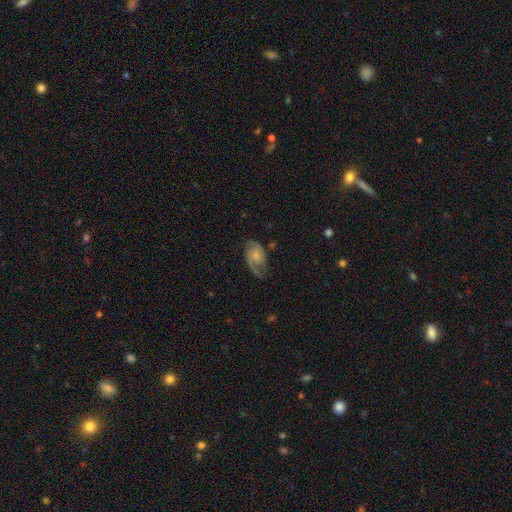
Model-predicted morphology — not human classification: smooth-or-featured: featured or disk: 67% | smooth: 26% | star or artifact: 7%
  disk-edge-on: no: 96% | yes: 4%
    bar: no: 62% | weak: 33% | strong: 5%
    has-spiral-arms: yes: 90% | no: 10%
      spiral-winding: medium: 45% | loose: 29% | tight: 25%
      spiral-arm-count: 2: 63% | 1: 24% | can't tell: 10% | 3: 2% | 4: 1% | more than 4: 1%
    bulge-size: small: 44% | moderate: 31% | none: 18% | large: 6% | dominant: 2%
  merging: none: 54% | minor disturbance: 26% | major disturbance: 18% | merger: 2%